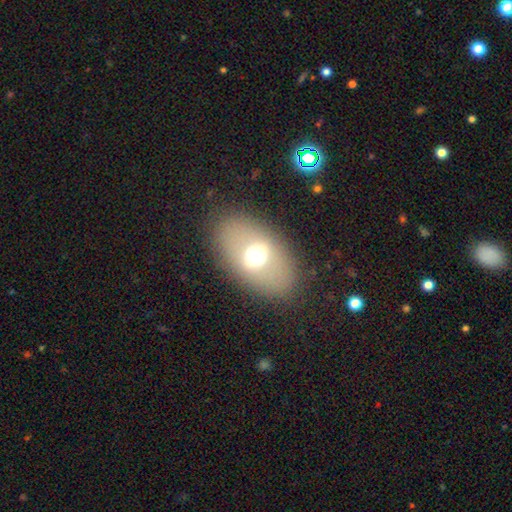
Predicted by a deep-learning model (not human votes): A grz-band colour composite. It shows a smooth galaxy with no disk features (55%) that is in between round and cigar-shaped (81%). Merging: none (84%).